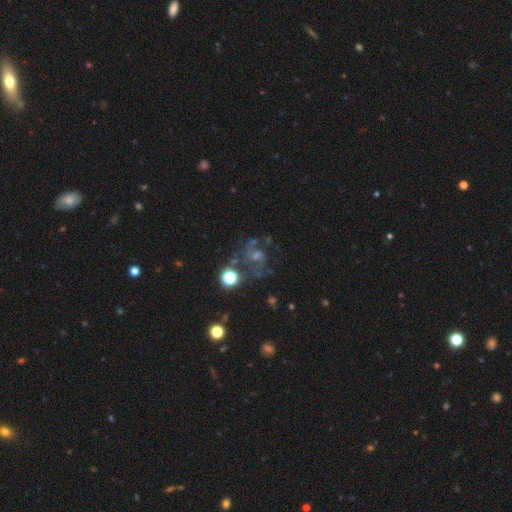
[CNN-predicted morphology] Smooth or featured: featured or disk — 53% (star or artifact — 29%)
Edge-on disk: no — 97% (yes — 3%)
Bar: no — 67% (weak — 27%)
Spiral arms: yes — 74% (no — 26%)
Bulge size: moderate — 39% (tied with small — 39%)
Merging: none — 56% (major disturbance — 19%)